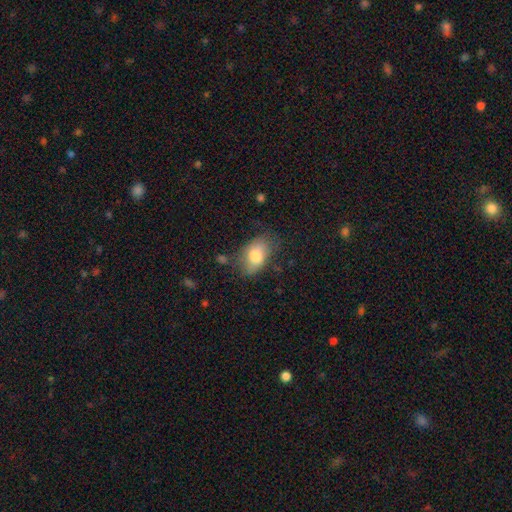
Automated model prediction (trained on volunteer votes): smooth-or-featured: smooth: 76% | featured or disk: 17% | star or artifact: 7%
  how-rounded: in between: 88% | round: 10% | cigar-shaped: 2%
  merging: none: 66% | minor disturbance: 24% | major disturbance: 7% | merger: 3%